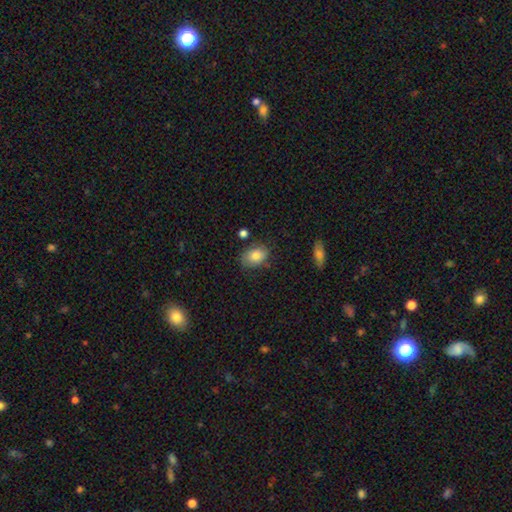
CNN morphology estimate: type=smooth (82%); roundness=in between (76%); merging=none (73%).